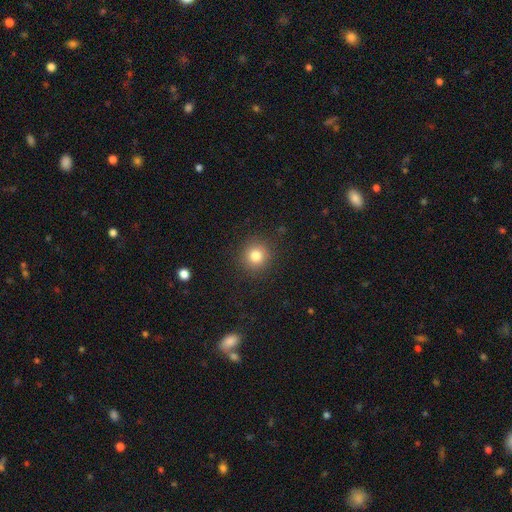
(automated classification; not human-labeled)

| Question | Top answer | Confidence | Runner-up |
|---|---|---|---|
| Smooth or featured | smooth | 81% | star or artifact (12%) |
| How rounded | round | 93% | in between (6%) |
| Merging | none | 90% | minor disturbance (7%) |